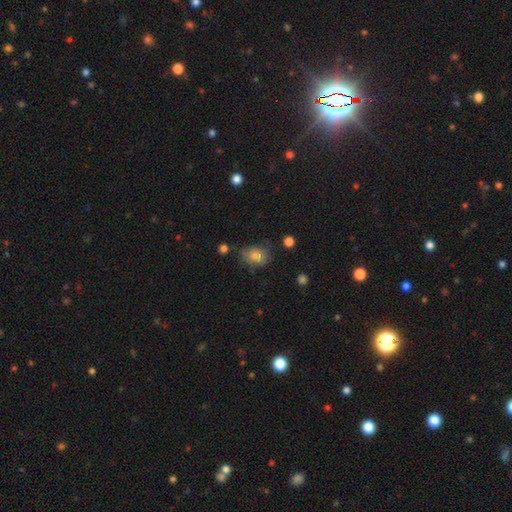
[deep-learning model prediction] smooth 75%, star or artifact 13%, featured or disk 13%. Down the decision tree: how rounded — in between (61%); merging — none (63%).